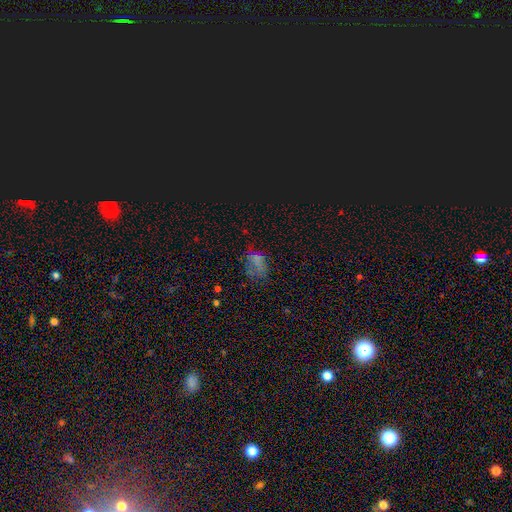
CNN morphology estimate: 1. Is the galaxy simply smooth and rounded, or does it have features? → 48% star or artifact, 35% smooth, 17% featured or disk.